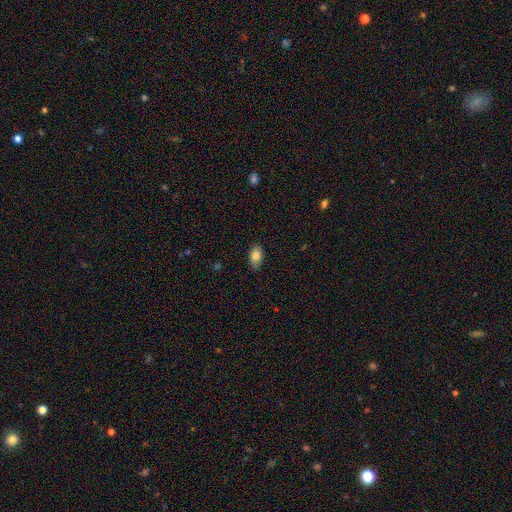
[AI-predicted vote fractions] Smooth or featured? Predicted: smooth (p=0.81). How rounded? Predicted: in between (p=0.92). Merging? Predicted: none (p=0.87).